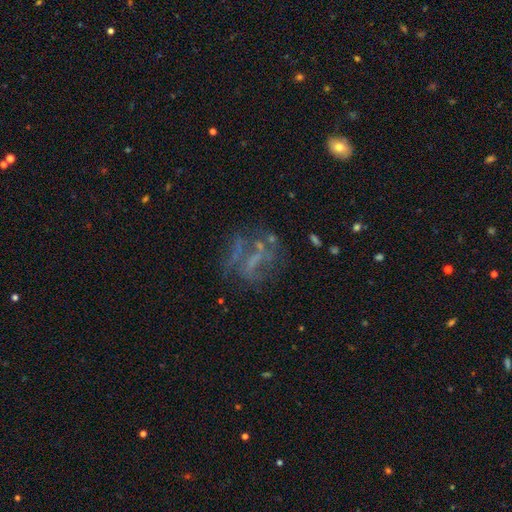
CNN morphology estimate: type=featured or disk (54%); edge-on=no (95%); bar=no (57%); spiral arms=no (62%); bulge=none (69%); merging=none (54%).